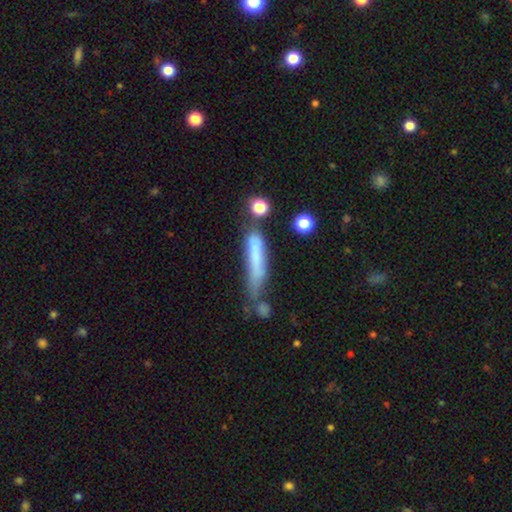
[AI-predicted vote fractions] smooth-or-featured: smooth: 64% | featured or disk: 27% | star or artifact: 9%
  how-rounded: cigar-shaped: 87% | in between: 11% | round: 2%
  merging: none: 40% | minor disturbance: 28% | major disturbance: 18% | merger: 15%